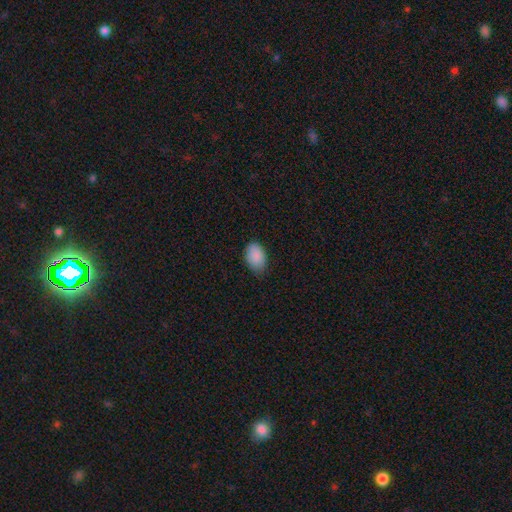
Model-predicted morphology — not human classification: Smooth or featured: smooth — 89% (star or artifact — 7%)
How rounded: in between — 89% (round — 9%)
Merging: none — 74% (minor disturbance — 21%)